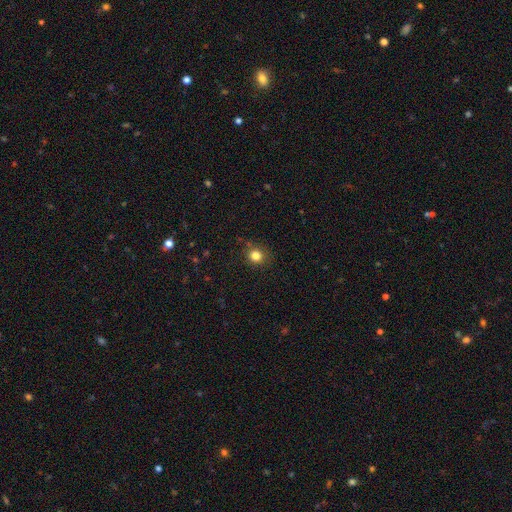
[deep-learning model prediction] Smooth or featured?
  - smooth: 82% *
  - star or artifact: 13%
  - featured or disk: 5%
How rounded?
  - round: 85% *
  - in between: 14%
  - cigar-shaped: 1%
Merging?
  - none: 84% *
  - minor disturbance: 11%
  - major disturbance: 3%
  - merger: 2%